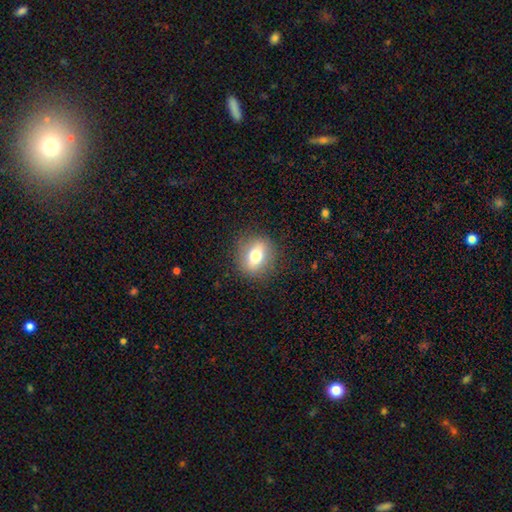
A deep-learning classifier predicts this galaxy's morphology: smooth-or-featured: smooth: 66% | featured or disk: 24% | star or artifact: 10%
  how-rounded: round: 62% | in between: 36% | cigar-shaped: 2%
  merging: none: 86% | minor disturbance: 10% | major disturbance: 4% | merger: 1%